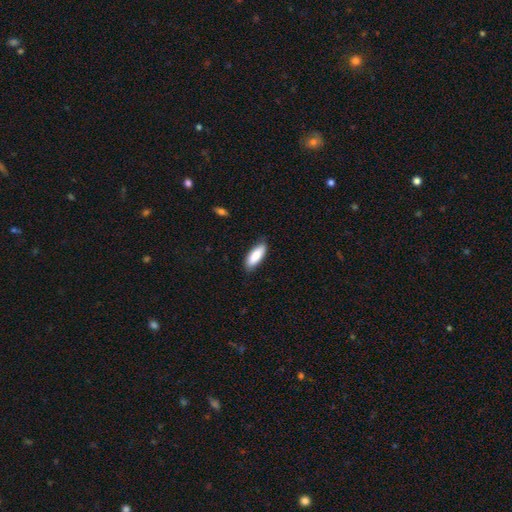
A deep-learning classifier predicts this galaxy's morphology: Q: Smooth or featured?
A: smooth (86%); runner-up: featured or disk (9%)
Q: How rounded?
A: in between (71%); runner-up: cigar-shaped (28%)
Q: Merging?
A: none (83%); runner-up: minor disturbance (14%)